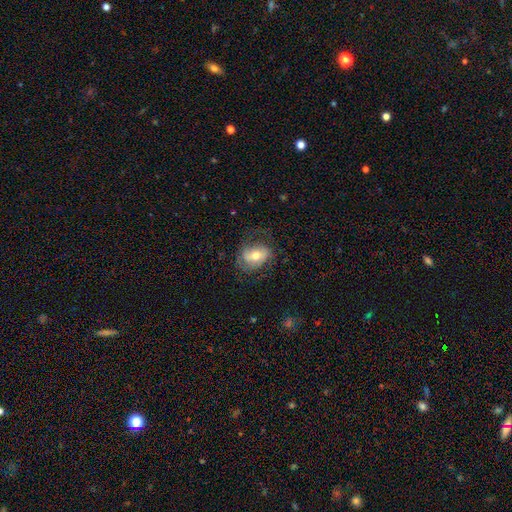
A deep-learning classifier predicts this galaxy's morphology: The model was most divided on "smooth or featured": featured or disk: 52%, smooth: 40%, star or artifact: 8%. More confident: edge-on disk — no (94%); merging — none (61%).